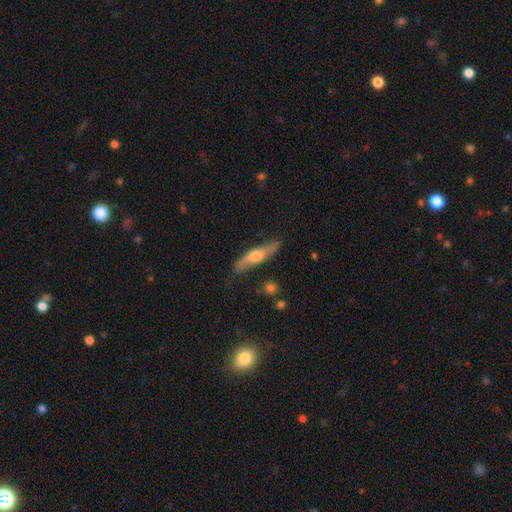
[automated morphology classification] A featured or disk galaxy (55%) viewed edge-on (71%). Merging: none (76%).